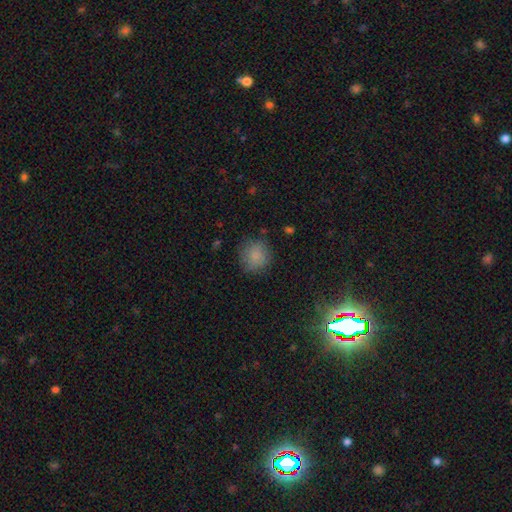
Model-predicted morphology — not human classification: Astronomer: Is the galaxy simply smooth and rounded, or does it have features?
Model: smooth — 83%.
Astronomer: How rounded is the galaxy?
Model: round — 90%.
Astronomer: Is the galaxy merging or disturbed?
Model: none — 80%.